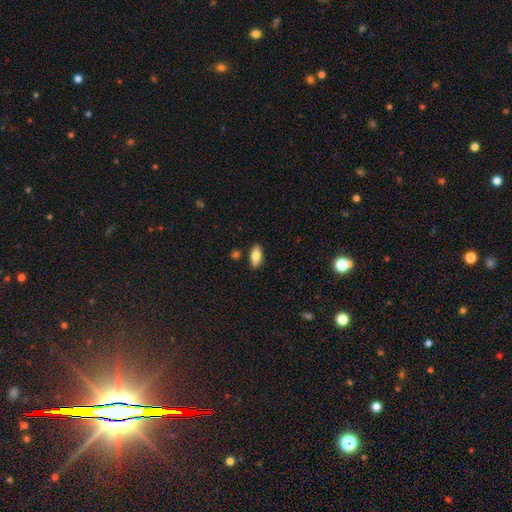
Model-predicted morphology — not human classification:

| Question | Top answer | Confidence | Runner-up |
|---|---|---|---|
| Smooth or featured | smooth | 76% | featured or disk (17%) |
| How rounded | in between | 87% | cigar-shaped (10%) |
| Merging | none | 86% | minor disturbance (9%) |